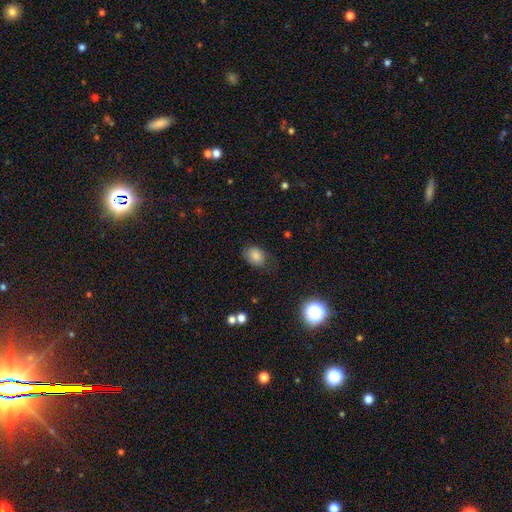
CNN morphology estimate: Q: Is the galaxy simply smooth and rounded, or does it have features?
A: smooth — 79%.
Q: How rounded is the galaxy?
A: in between — 77%.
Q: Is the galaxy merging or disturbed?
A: none — 66%.